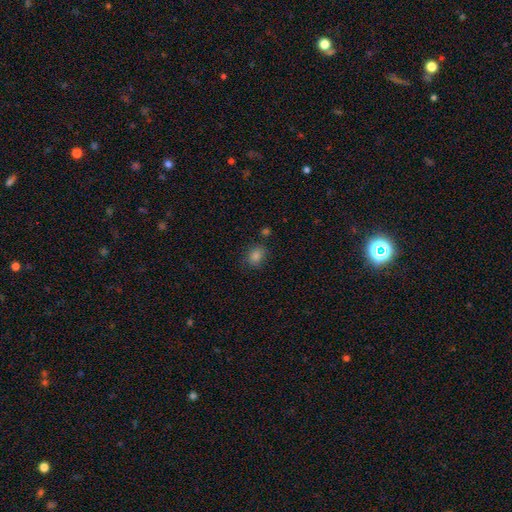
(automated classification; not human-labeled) Smooth or featured? Predicted: smooth (p=0.79). How rounded? Predicted: round (p=0.51). Merging? Predicted: none (p=0.82).